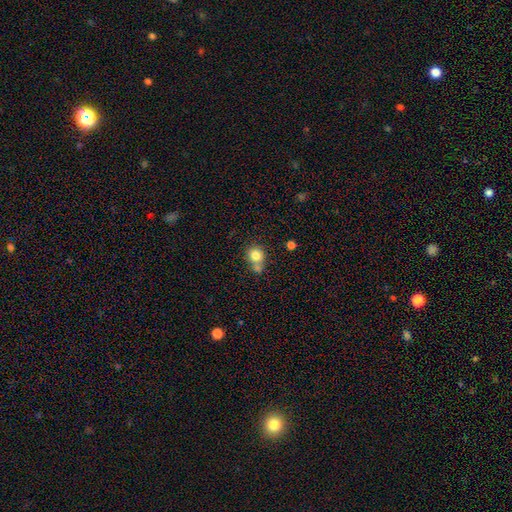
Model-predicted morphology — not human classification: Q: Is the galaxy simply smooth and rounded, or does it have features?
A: smooth — 80%.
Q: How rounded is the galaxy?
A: round — 83%.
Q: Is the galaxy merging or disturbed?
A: none — 51%.